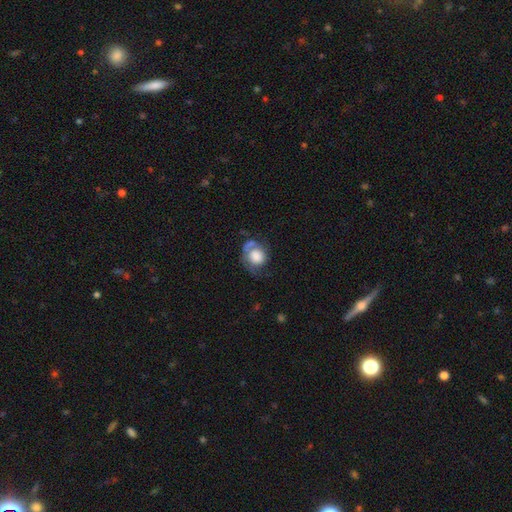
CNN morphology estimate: smooth_or_featured: smooth (p=0.59) [alt: featured or disk p=0.33]
how_rounded: round (p=0.66) [alt: in between p=0.33]
merging: none (p=0.38) [alt: major disturbance p=0.29]